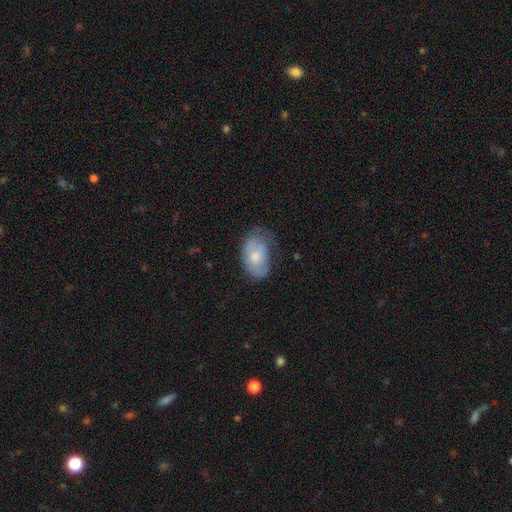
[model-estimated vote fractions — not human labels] Q: Smooth or featured?
A: smooth (62%); runner-up: featured or disk (31%)
Q: How rounded?
A: in between (92%); runner-up: round (7%)
Q: Merging?
A: none (48%); runner-up: minor disturbance (35%)